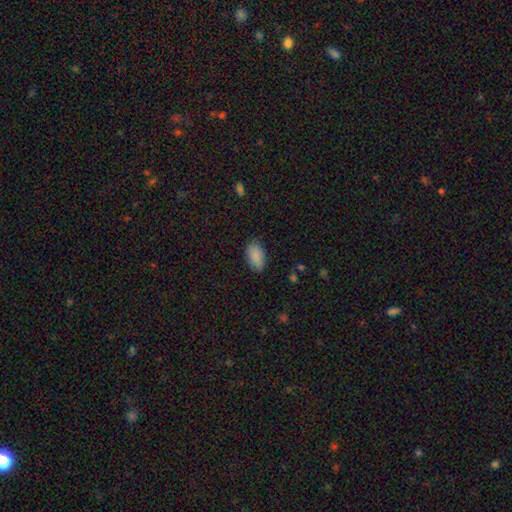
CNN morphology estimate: smooth-or-featured: smooth: 88% | star or artifact: 7% | featured or disk: 5%
  how-rounded: in between: 94% | round: 4% | cigar-shaped: 2%
  merging: none: 84% | minor disturbance: 12% | major disturbance: 3% | merger: 1%